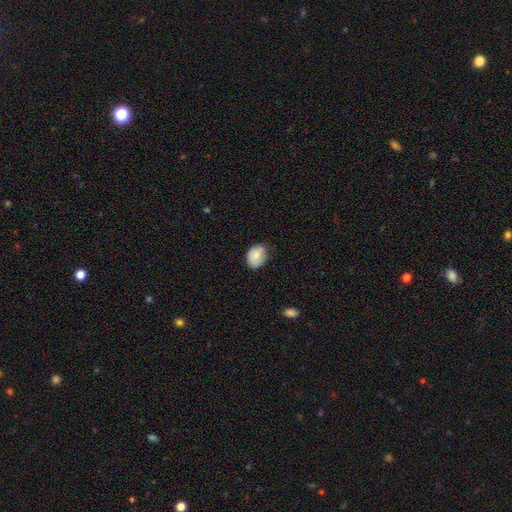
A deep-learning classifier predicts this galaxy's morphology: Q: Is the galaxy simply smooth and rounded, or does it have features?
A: smooth — 79%.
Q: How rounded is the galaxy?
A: in between — 60%.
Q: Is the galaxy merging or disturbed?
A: none — 67%.